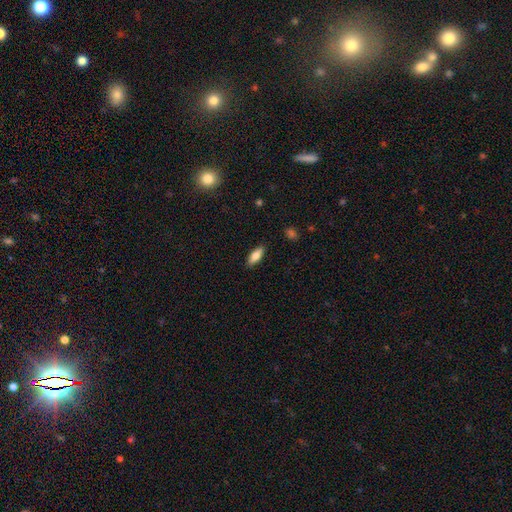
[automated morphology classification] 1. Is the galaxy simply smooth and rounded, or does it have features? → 79% smooth, 14% featured or disk, 7% star or artifact.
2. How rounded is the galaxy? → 70% in between, 28% cigar-shaped, 2% round.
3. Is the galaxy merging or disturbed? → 88% none, 9% minor disturbance, 2% major disturbance, 1% merger.